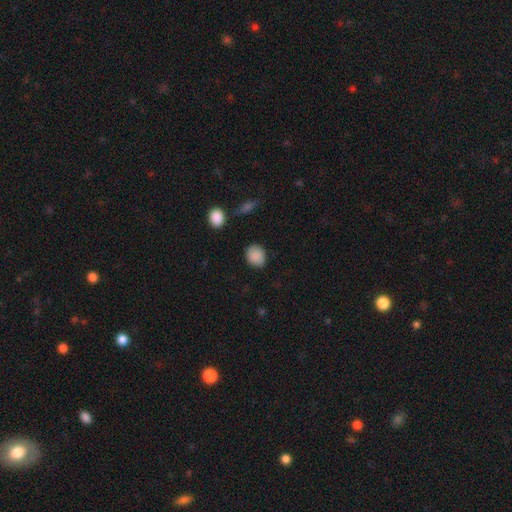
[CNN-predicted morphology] Smooth or featured? smooth (88%)
How rounded? round (66%)
Merging? none (83%)